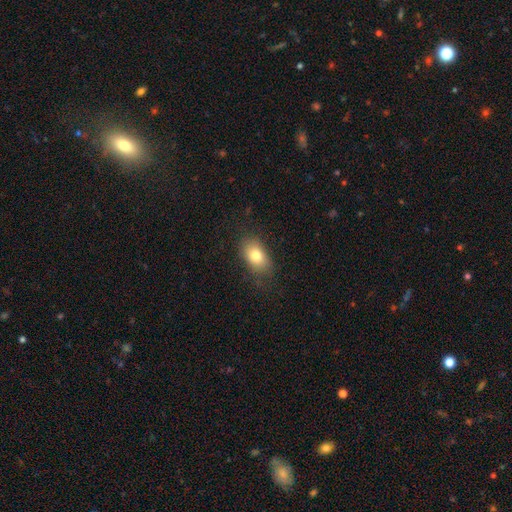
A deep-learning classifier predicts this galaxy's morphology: This appears to be a smooth galaxy with no disk features (78%) that is in between round and cigar-shaped (85%). Merging: none (77%).